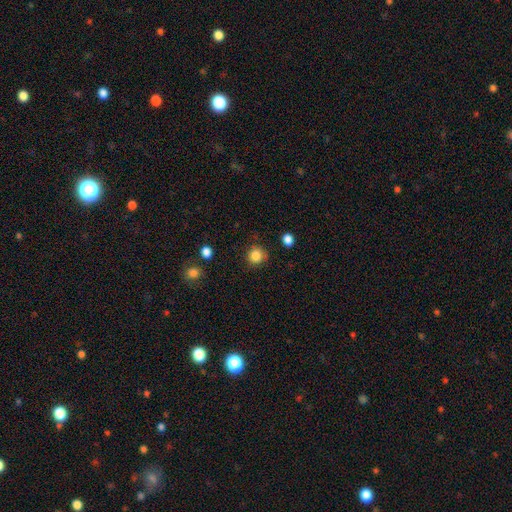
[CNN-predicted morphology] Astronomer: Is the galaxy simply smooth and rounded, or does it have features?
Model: smooth — 85%.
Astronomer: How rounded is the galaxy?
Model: round — 92%.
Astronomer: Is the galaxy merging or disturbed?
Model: none — 85%.